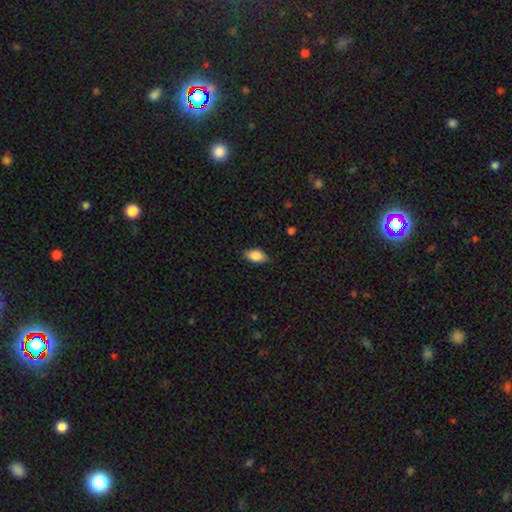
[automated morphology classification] smooth-or-featured: smooth: 85% | featured or disk: 8% | star or artifact: 7%
  how-rounded: in between: 91% | round: 5% | cigar-shaped: 4%
  merging: none: 85% | minor disturbance: 12% | major disturbance: 2% | merger: 1%